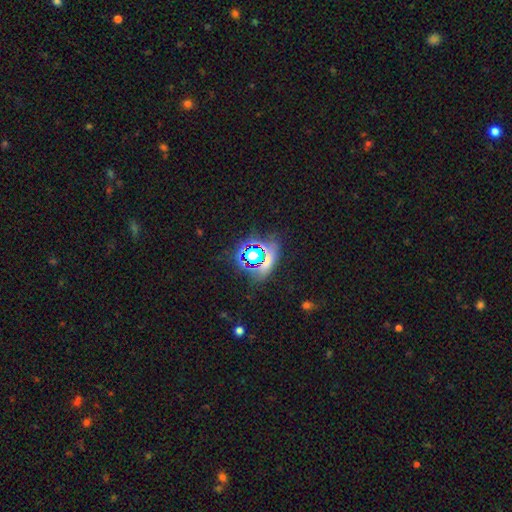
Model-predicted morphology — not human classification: Smooth or featured? star or artifact (54%)